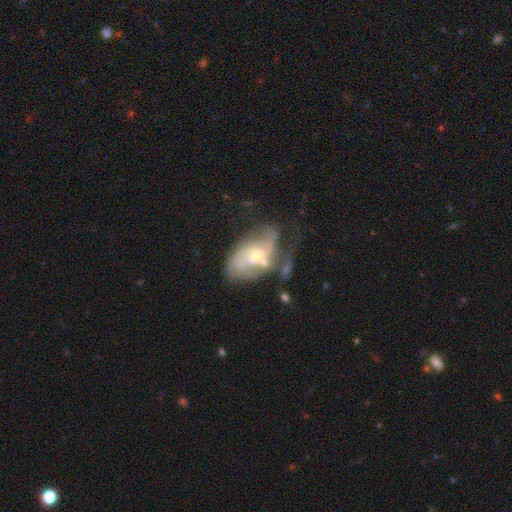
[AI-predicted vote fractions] Smooth or featured? featured or disk (72%)
Edge-on disk? no (95%)
Bar? no (61%)
Spiral arms? yes (76%)
Spiral winding? tight (44%)
Spiral arm count? can't tell (42%)
Bulge size? small (54%)
Merging? none (31%)